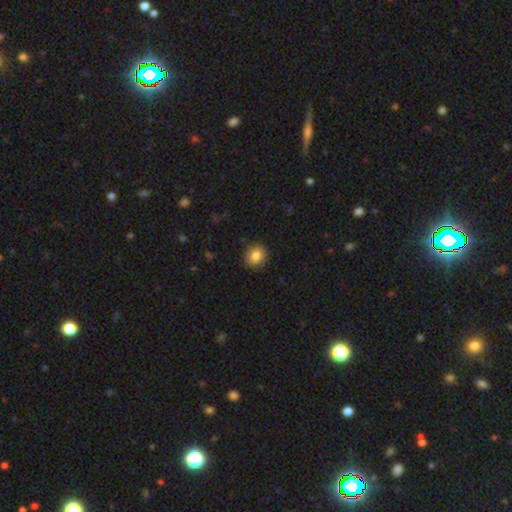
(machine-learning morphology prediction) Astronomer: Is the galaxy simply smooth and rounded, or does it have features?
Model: smooth — 85%.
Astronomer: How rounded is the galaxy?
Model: round — 75%.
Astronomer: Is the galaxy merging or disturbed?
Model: none — 89%.